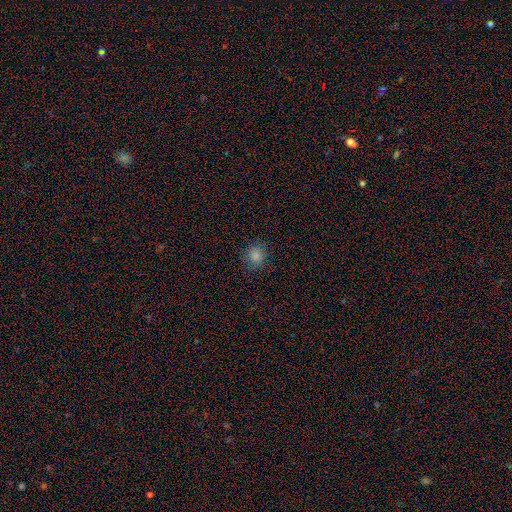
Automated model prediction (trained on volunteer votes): Smooth or featured? smooth (81%)
How rounded? round (82%)
Merging? none (86%)